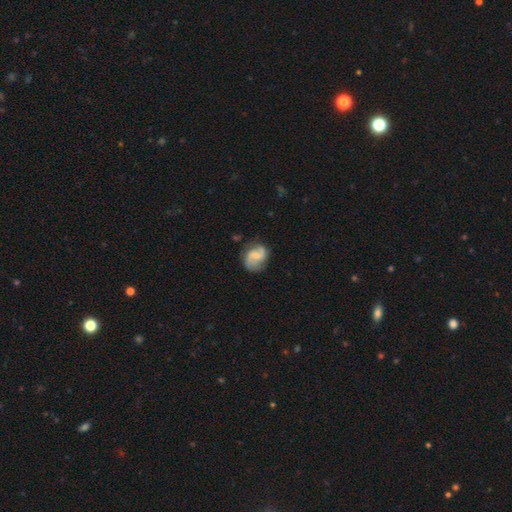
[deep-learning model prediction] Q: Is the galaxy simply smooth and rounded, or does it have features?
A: featured or disk — 71%.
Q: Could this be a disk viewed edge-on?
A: no — 98%.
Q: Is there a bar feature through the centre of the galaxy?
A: weak — 48%.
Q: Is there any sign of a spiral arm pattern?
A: yes — 93%.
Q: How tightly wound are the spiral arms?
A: loose — 45%.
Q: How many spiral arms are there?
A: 2 — 87%.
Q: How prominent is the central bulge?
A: small — 43%.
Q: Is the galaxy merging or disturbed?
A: none — 70%.